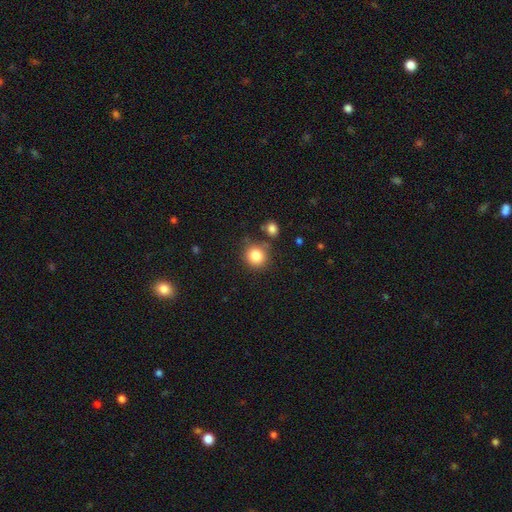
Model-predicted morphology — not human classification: Smooth or featured: smooth — 83% (star or artifact — 10%)
How rounded: round — 87% (in between — 12%)
Merging: none — 73% (minor disturbance — 13%)